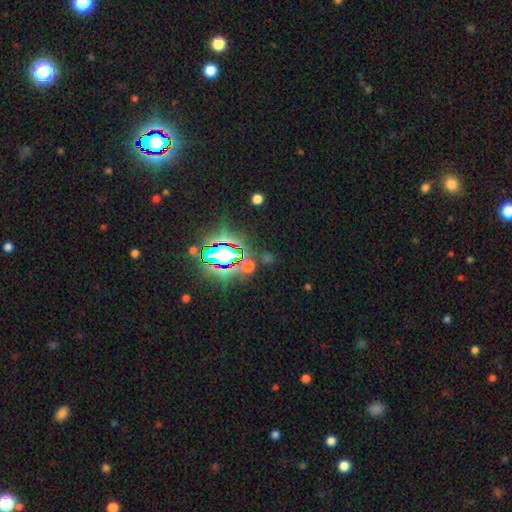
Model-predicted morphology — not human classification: This appears to be a star or artifact, not a galaxy (80%).